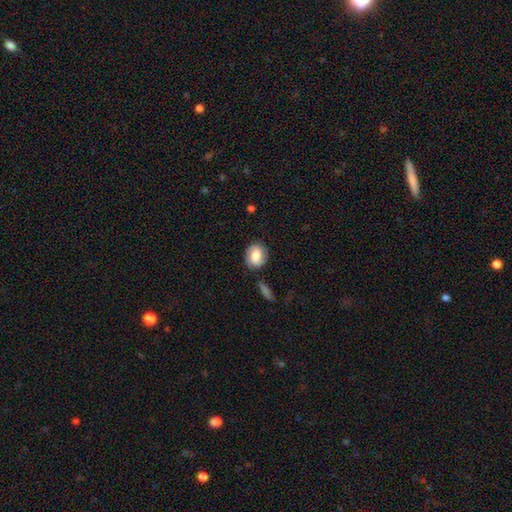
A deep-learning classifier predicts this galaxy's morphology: smooth-or-featured: smooth: 59% | featured or disk: 33% | star or artifact: 8%
  how-rounded: round: 52% | in between: 46% | cigar-shaped: 2%
  merging: none: 76% | minor disturbance: 16% | major disturbance: 5% | merger: 3%